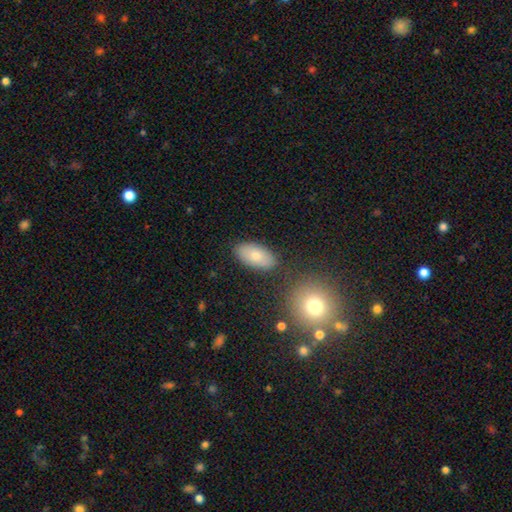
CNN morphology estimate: Q: Smooth or featured?
A: smooth (77%); runner-up: featured or disk (15%)
Q: How rounded?
A: in between (93%); runner-up: round (4%)
Q: Merging?
A: none (81%); runner-up: minor disturbance (12%)